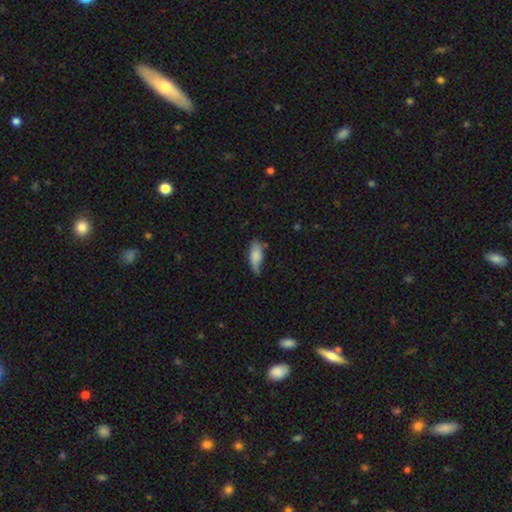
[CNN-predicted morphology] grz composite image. It shows a smooth galaxy with no disk features (79%) that is in between round and cigar-shaped (75%). Merging: none (53%).